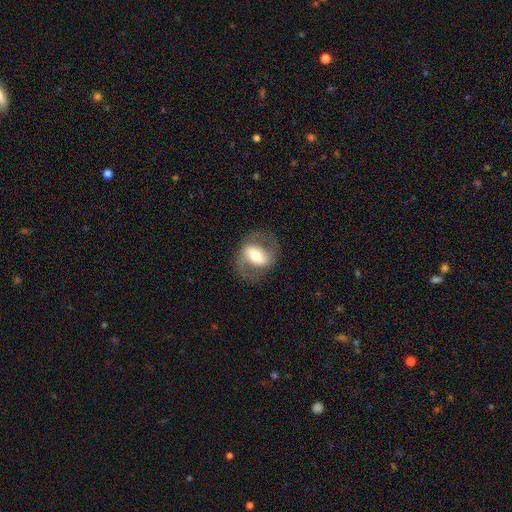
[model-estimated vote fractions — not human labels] Smooth or featured? featured or disk (67%)
Edge-on disk? no (94%)
Bar? strong (43%)
Spiral arms? yes (76%)
Bulge size? moderate (58%)
Merging? none (72%)